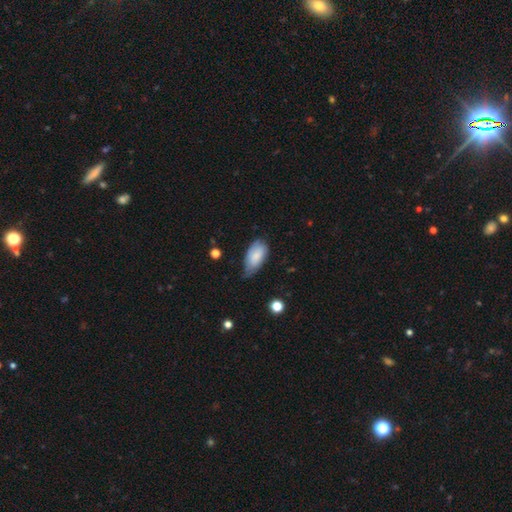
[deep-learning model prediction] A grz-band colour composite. It shows a smooth galaxy with no disk features (81%) that is in between round and cigar-shaped (94%). Merging: minor disturbance (48%).